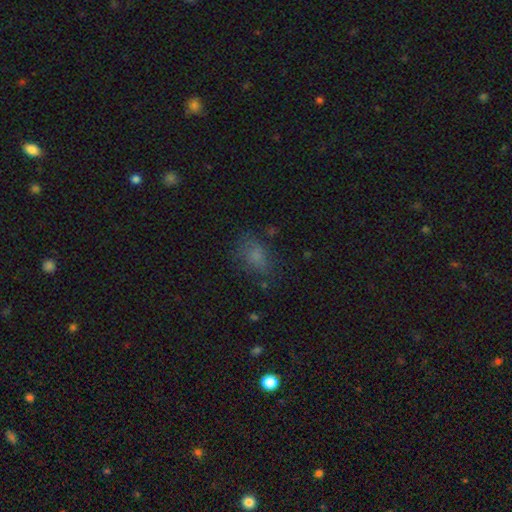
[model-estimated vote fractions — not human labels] Overall: smooth (72%). How rounded: in between (80%). Merging: none (62%; minor disturbance 23%).